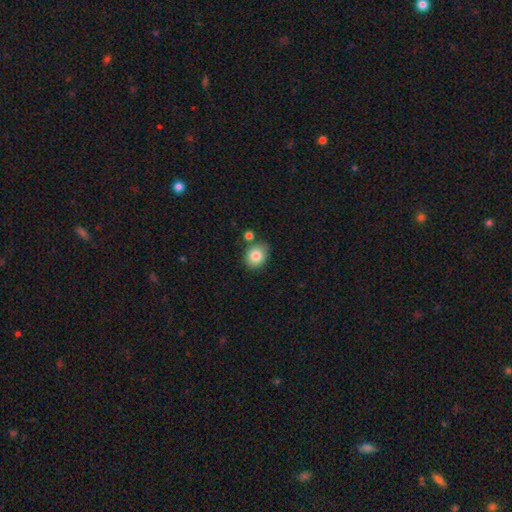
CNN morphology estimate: A smooth galaxy with no disk features (83%) that is round (53%). Merging: none (73%).